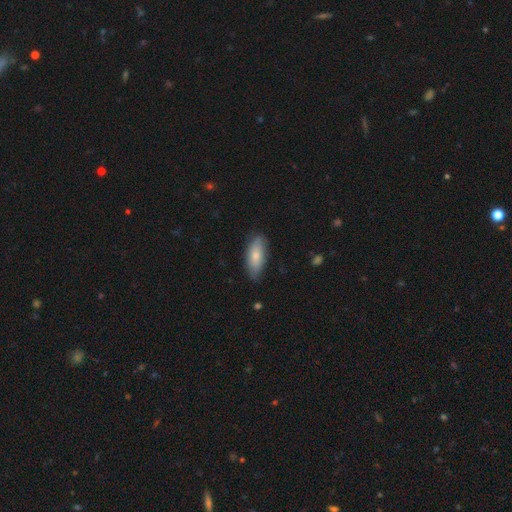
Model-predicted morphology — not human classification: This appears to be a smooth galaxy with no disk features (75%) that is in between round and cigar-shaped (75%). Merging: none (80%).